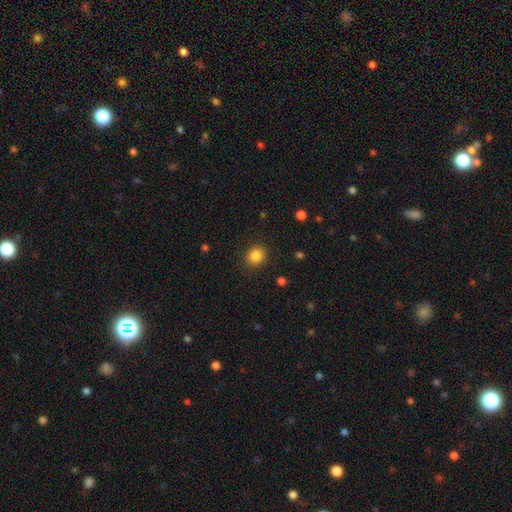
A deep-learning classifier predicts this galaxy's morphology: smooth 85%, star or artifact 11%, featured or disk 4%. Down the decision tree: how rounded — round (80%); merging — none (89%).